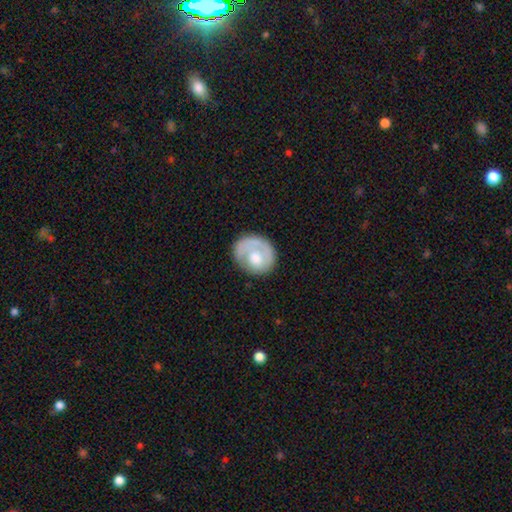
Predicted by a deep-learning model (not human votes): Smooth or featured? smooth (49%)
Merging? none (63%)